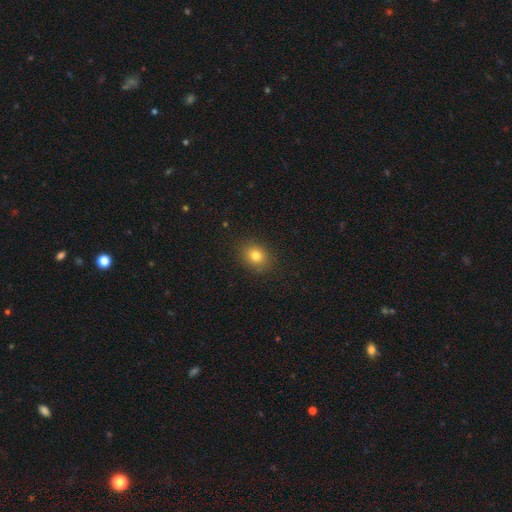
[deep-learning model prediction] smooth-or-featured: smooth: 80% | star or artifact: 12% | featured or disk: 8%
  how-rounded: round: 53% | in between: 46% | cigar-shaped: 1%
  merging: none: 87% | minor disturbance: 9% | major disturbance: 3% | merger: 1%